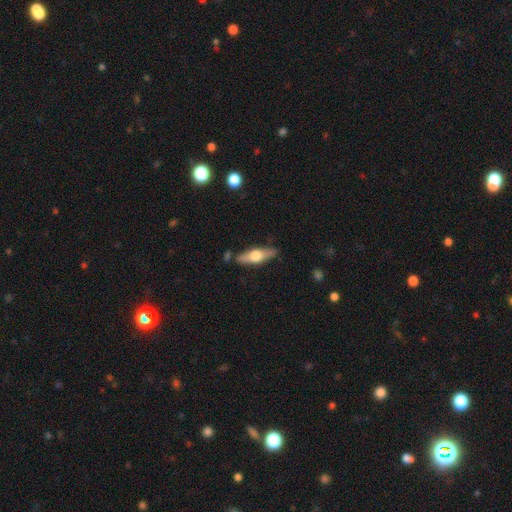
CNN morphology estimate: Smooth or featured? featured or disk (53%)
Edge-on disk? yes (89%)
Merging? none (81%)